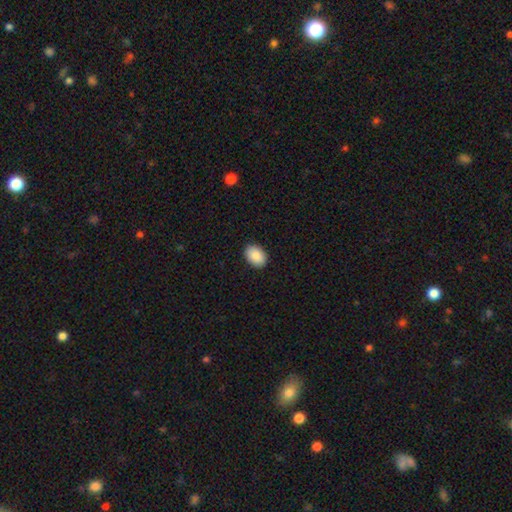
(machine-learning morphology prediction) This is clearly a smooth galaxy (89%). How rounded: clearly in between (83%). Merging: clearly none (91%).